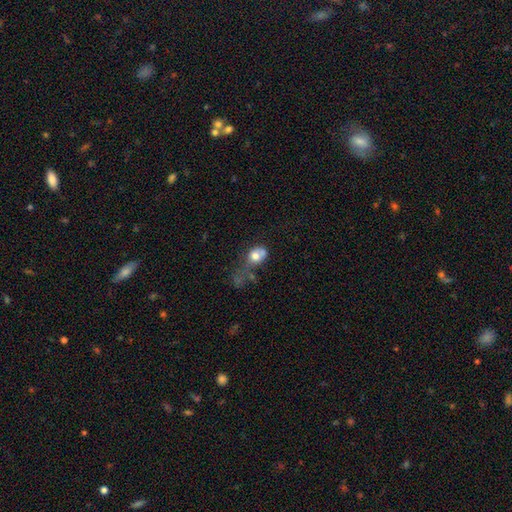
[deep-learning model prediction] This appears to be a smooth galaxy with no disk features (69%) that is in between round and cigar-shaped (50%). Merging: major disturbance (34%).